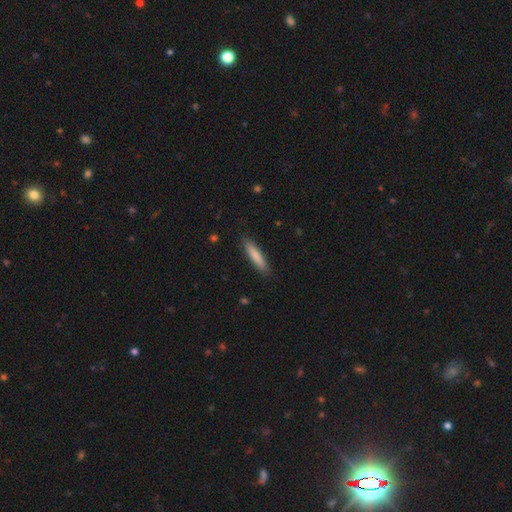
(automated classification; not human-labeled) smooth-or-featured: smooth: 82% | featured or disk: 12% | star or artifact: 6%
  how-rounded: cigar-shaped: 85% | in between: 14% | round: 1%
  merging: none: 88% | minor disturbance: 9% | major disturbance: 2% | merger: 1%